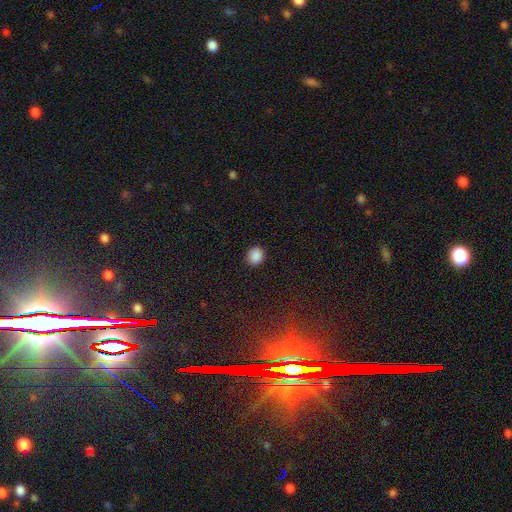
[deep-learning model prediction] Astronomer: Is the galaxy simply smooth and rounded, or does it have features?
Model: smooth — 88%.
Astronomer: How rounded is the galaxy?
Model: round — 76%.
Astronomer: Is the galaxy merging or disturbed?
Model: none — 90%.